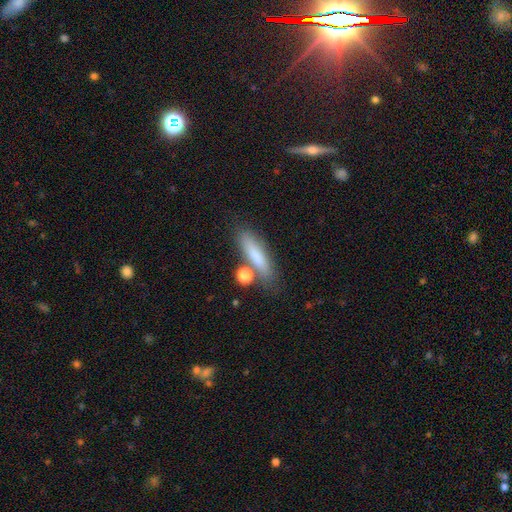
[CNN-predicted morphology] Smooth or featured?
  - smooth: 75% *
  - featured or disk: 16%
  - star or artifact: 9%
How rounded?
  - cigar-shaped: 71% *
  - in between: 25%
  - round: 4%
Merging?
  - none: 71% *
  - minor disturbance: 14%
  - merger: 11%
  - major disturbance: 5%